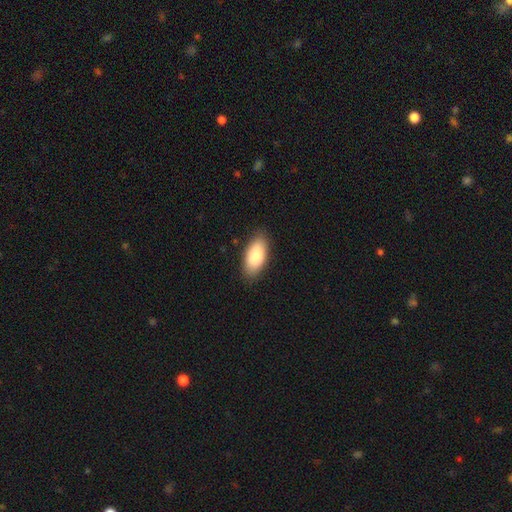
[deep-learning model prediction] smooth_or_featured: smooth (p=0.87) [alt: featured or disk p=0.07]
how_rounded: in between (p=0.91) [alt: cigar-shaped p=0.07]
merging: none (p=0.86) [alt: minor disturbance p=0.11]